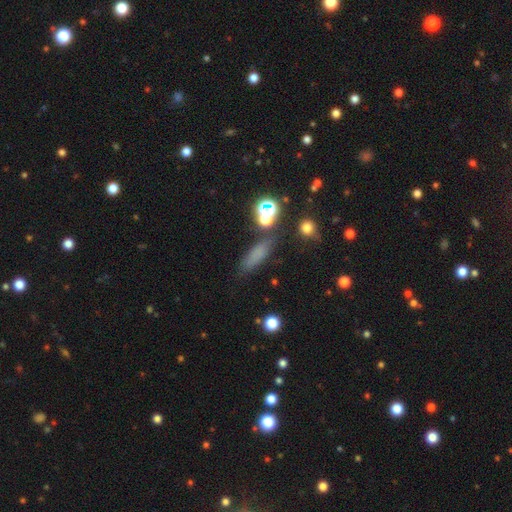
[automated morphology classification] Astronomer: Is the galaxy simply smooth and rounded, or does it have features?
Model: smooth — 65%.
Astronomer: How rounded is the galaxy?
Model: cigar-shaped — 60%.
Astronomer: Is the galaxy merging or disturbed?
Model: none — 73%.